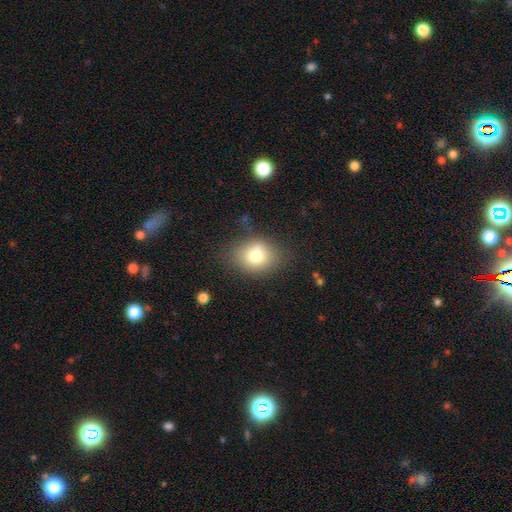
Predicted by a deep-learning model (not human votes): Smooth or featured: smooth — 75% (featured or disk — 14%)
How rounded: in between — 53% (round — 46%)
Merging: none — 69% (minor disturbance — 20%)